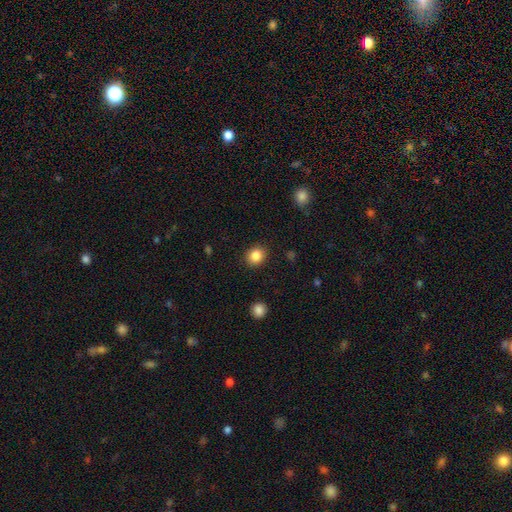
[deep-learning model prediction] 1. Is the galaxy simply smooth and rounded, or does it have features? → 86% smooth, 10% star or artifact, 5% featured or disk.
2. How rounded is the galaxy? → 73% round, 26% in between, 1% cigar-shaped.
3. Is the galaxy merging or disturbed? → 90% none, 7% minor disturbance, 2% major disturbance, 1% merger.